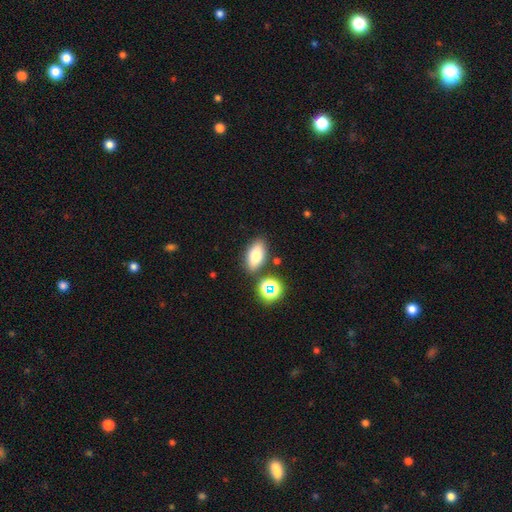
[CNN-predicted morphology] Q: Smooth or featured?
A: smooth (72%); runner-up: featured or disk (17%)
Q: How rounded?
A: in between (84%); runner-up: round (9%)
Q: Merging?
A: none (81%); runner-up: minor disturbance (9%)